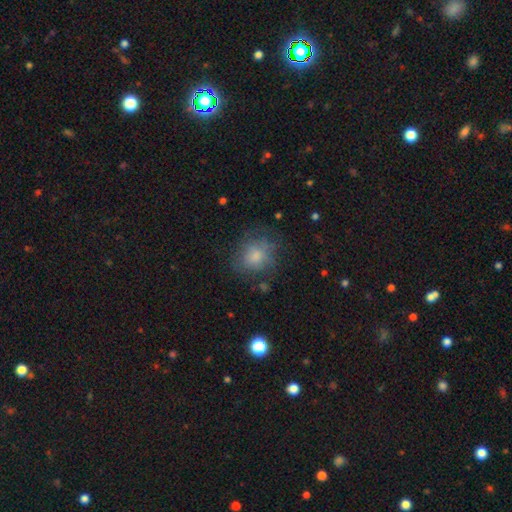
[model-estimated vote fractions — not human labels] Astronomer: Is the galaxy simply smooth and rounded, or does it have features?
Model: smooth — 74%.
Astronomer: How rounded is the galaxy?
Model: round — 73%.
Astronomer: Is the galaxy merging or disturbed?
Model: none — 62%.